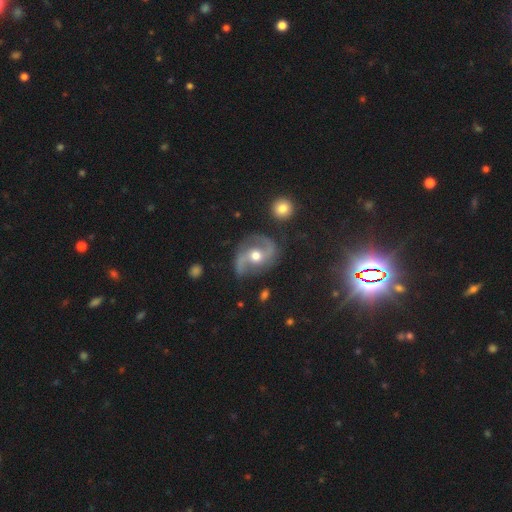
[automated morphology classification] This is clearly a featured or disk galaxy (88%). It is clearly not viewed edge-on (98%). Bar: possibly no (50%). Spiral arm pattern: clearly yes (96%). Spiral arm count: clearly 2 (93%). Spiral winding: possibly medium (48%). Central bulge: likely moderate (77%). Merging: likely none (75%).